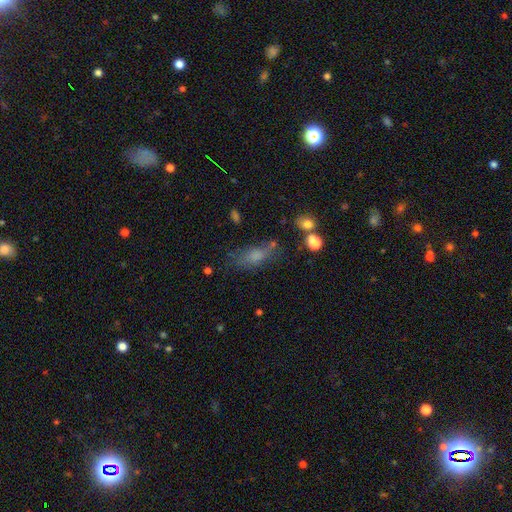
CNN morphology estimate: Smooth or featured? smooth (65%)
How rounded? in between (70%)
Merging? none (50%)